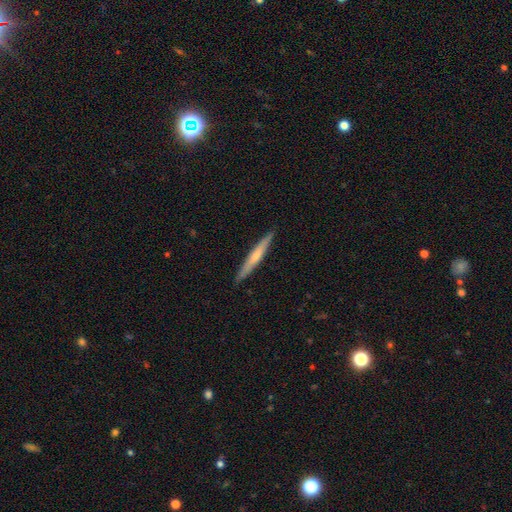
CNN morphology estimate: Q: Smooth or featured?
A: smooth (48%); runner-up: featured or disk (46%)
Q: Merging?
A: none (91%); runner-up: minor disturbance (7%)